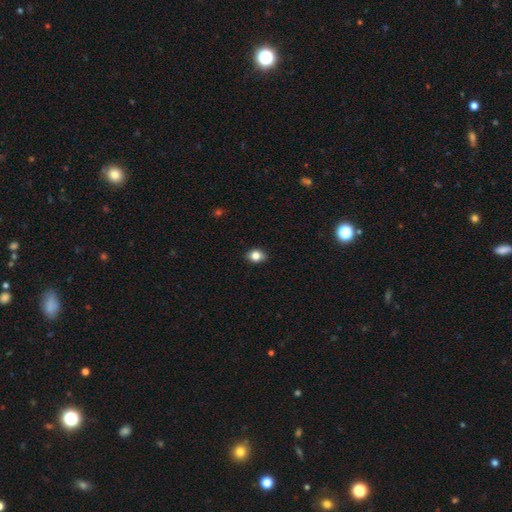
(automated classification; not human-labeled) The model was most divided on "how rounded": in between: 63%, round: 35%, cigar-shaped: 2%. More confident: merging — none (86%); smooth or featured — smooth (80%).